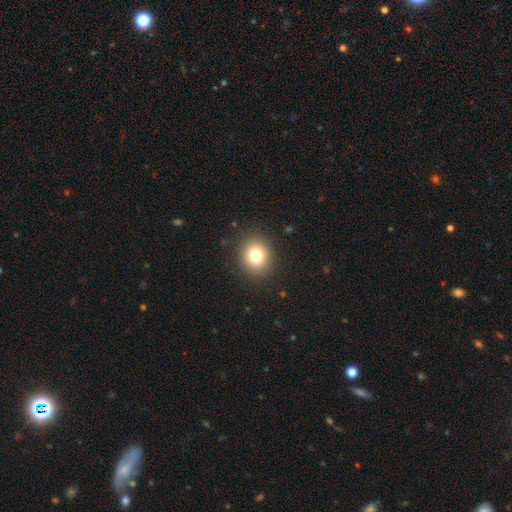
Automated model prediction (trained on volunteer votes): This appears to be a smooth galaxy with no disk features (79%) that is round (74%). Merging: none (88%).